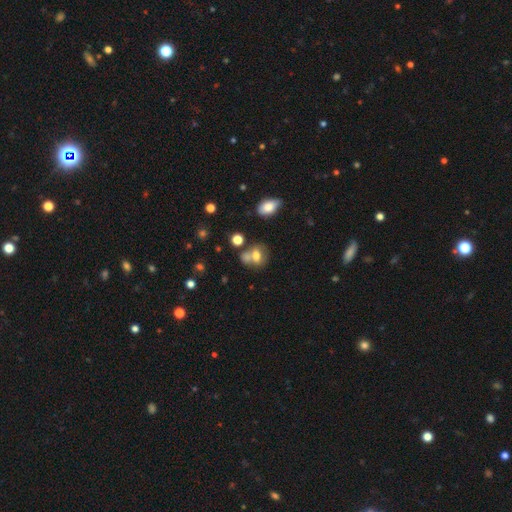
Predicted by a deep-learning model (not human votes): The model was most divided on "merging" (2-way tie): none: 39%, merger: 39%, minor disturbance: 14%, major disturbance: 7%. More confident: smooth or featured — smooth (69%); how rounded — in between (57%).